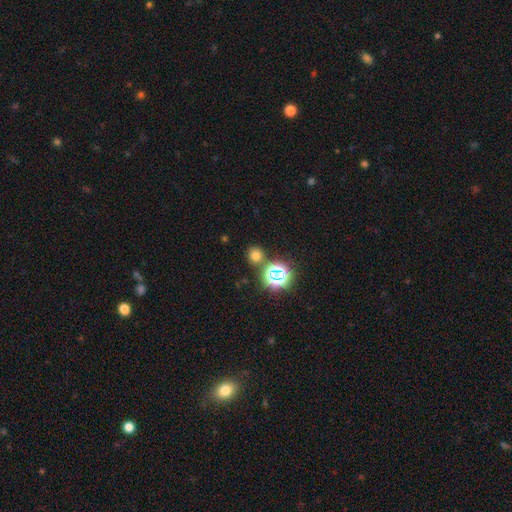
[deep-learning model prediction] The model was most divided on "smooth or featured": smooth: 66%, star or artifact: 28%, featured or disk: 6%. More confident: how rounded — round (86%); merging — none (79%).